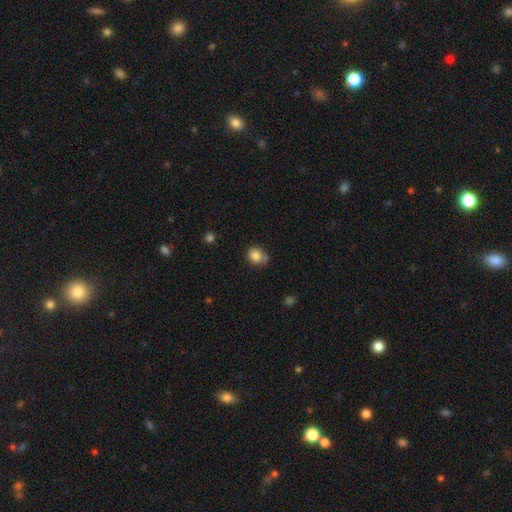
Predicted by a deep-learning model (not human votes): smooth 82%, star or artifact 10%, featured or disk 9%. Down the decision tree: how rounded — round (66%); merging — none (58%).